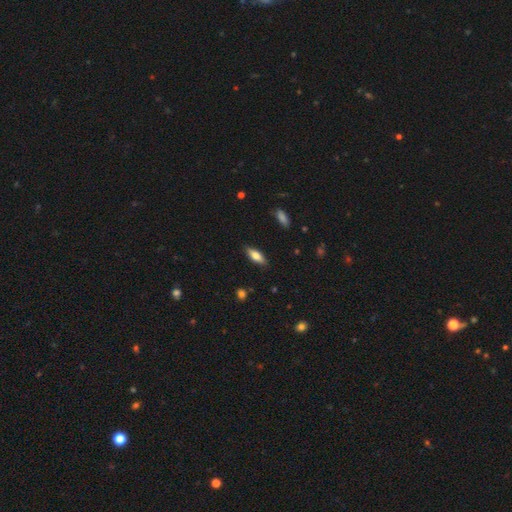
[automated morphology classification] This appears to be a smooth galaxy with no disk features (69%) that is in between round and cigar-shaped (65%). Merging: none (86%).